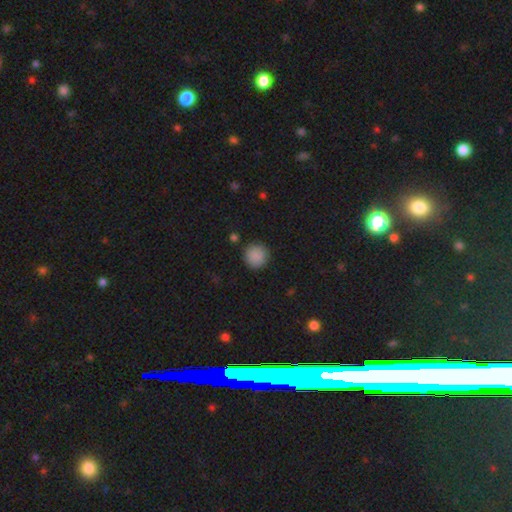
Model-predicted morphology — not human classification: A smooth galaxy with no disk features (88%) that is round (94%).

Vote fractions:
- Smooth or featured? smooth: 88% / star or artifact: 9% / featured or disk: 3%
- How rounded? round: 94% / in between: 5% / cigar-shaped: 1%
- Merging? none: 89% / minor disturbance: 7% / major disturbance: 2% / merger: 1%